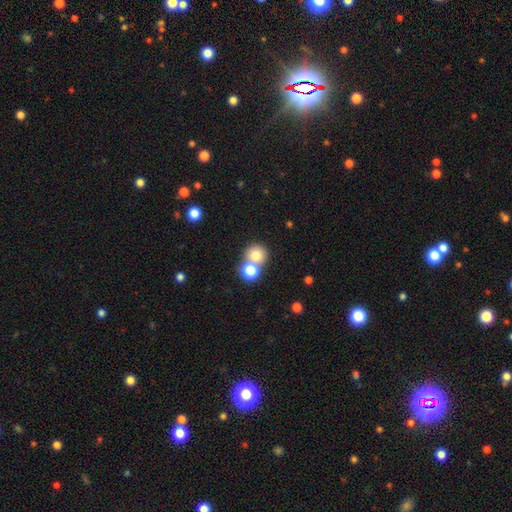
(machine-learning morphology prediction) Q: Smooth or featured?
A: smooth (76%); runner-up: star or artifact (13%)
Q: How rounded?
A: round (87%); runner-up: in between (12%)
Q: Merging?
A: none (48%); runner-up: merger (43%)